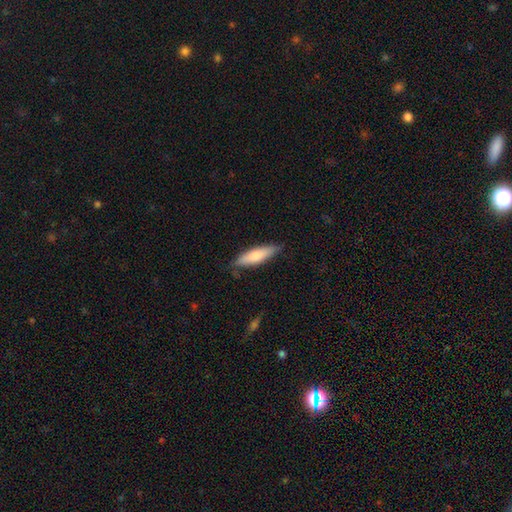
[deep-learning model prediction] Smooth or featured?
  - smooth: 75% *
  - featured or disk: 19%
  - star or artifact: 5%
How rounded?
  - cigar-shaped: 62% *
  - in between: 37%
  - round: 2%
Merging?
  - none: 79% *
  - minor disturbance: 17%
  - major disturbance: 3%
  - merger: 1%